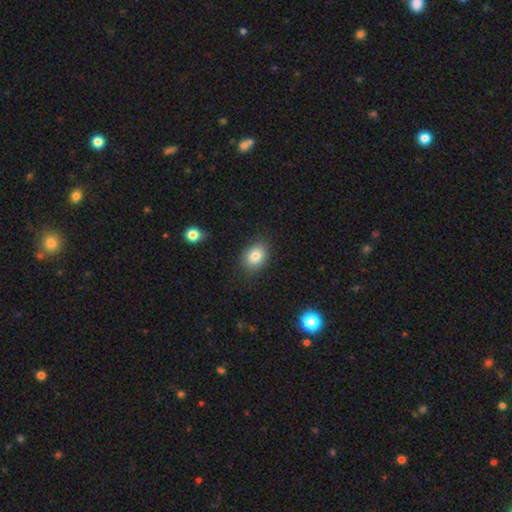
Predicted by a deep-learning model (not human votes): Smooth or featured: smooth — 83% (star or artifact — 9%)
How rounded: in between — 68% (round — 31%)
Merging: none — 82% (minor disturbance — 13%)